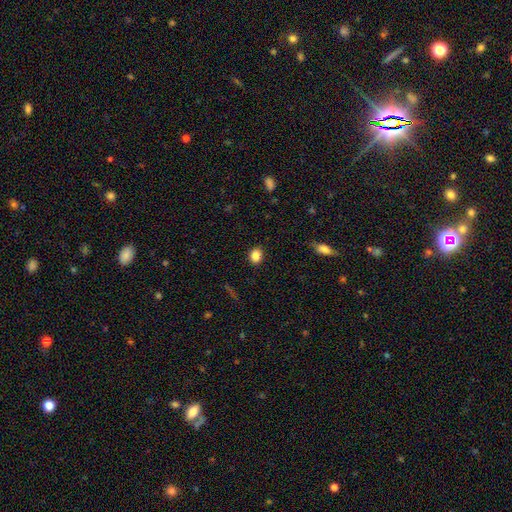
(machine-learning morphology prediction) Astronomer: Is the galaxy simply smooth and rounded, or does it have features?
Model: smooth — 86%.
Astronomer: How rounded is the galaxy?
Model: round — 50% (runner-up: in between, 49%).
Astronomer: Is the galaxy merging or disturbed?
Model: none — 89%.